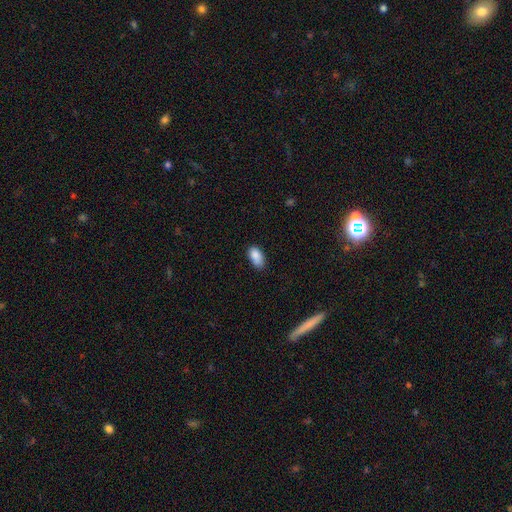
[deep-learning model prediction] A smooth galaxy with no disk features (87%) that is in between round and cigar-shaped (93%). Merging: none (66%).